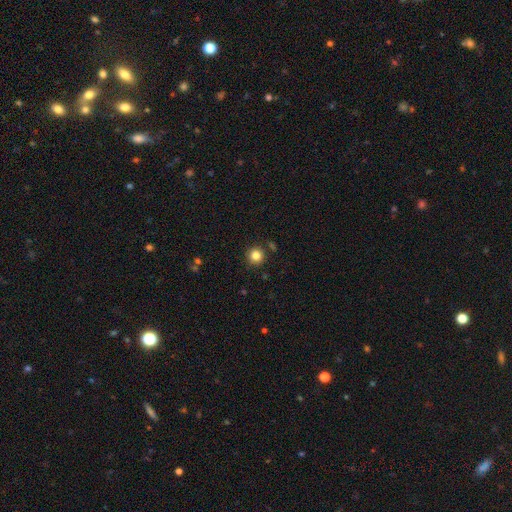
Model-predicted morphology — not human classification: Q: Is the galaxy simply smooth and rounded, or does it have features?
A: smooth — 83%.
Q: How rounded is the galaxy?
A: round — 94%.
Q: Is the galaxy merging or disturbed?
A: none — 88%.